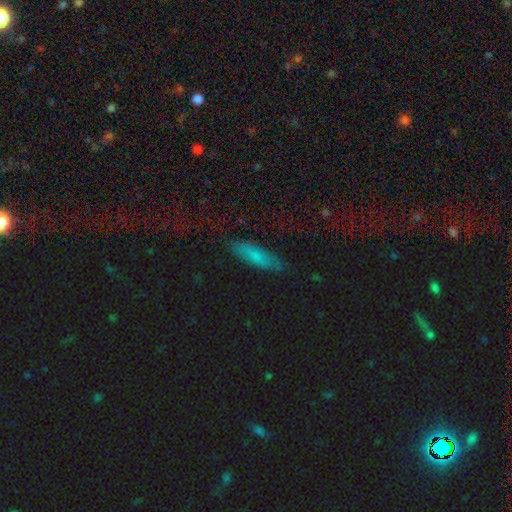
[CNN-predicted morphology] This is likely a smooth galaxy (71%). How rounded: possibly cigar-shaped (54%). Merging: clearly none (83%).